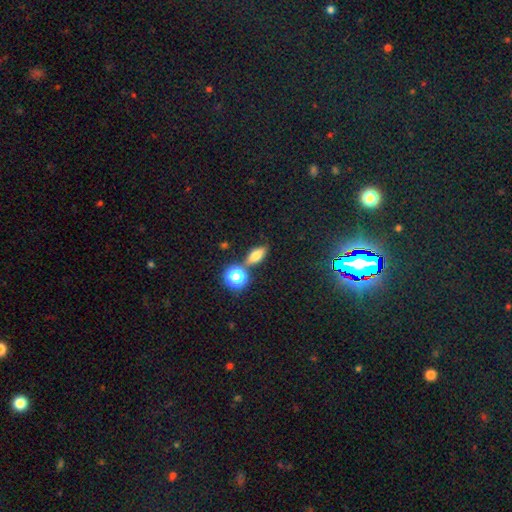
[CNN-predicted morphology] This appears to be a smooth galaxy with no disk features (66%) that is in between round and cigar-shaped (61%). Merging: none (72%).